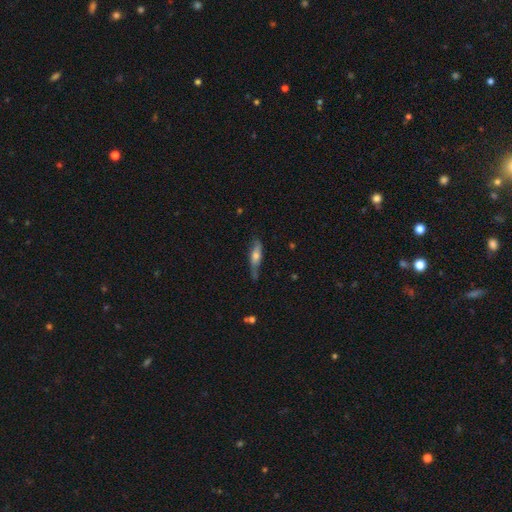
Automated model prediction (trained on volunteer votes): A smooth galaxy with no disk features (51%) that is cigar-shaped (67%). Merging: none (63%).